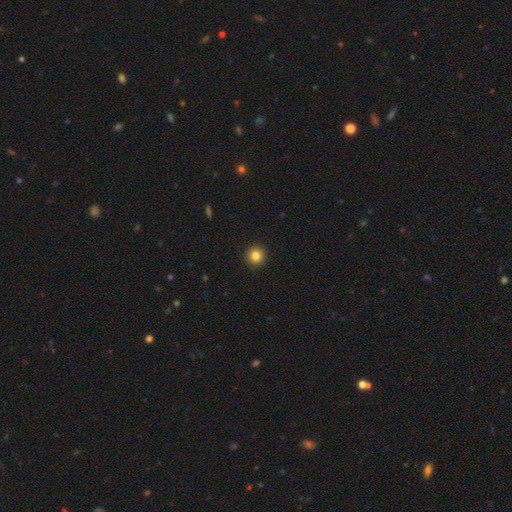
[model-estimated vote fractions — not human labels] Smooth or featured?
  - smooth: 84% *
  - star or artifact: 11%
  - featured or disk: 6%
How rounded?
  - round: 95% *
  - in between: 5%
  - cigar-shaped: 1%
Merging?
  - none: 93% *
  - minor disturbance: 4%
  - major disturbance: 1%
  - merger: 1%